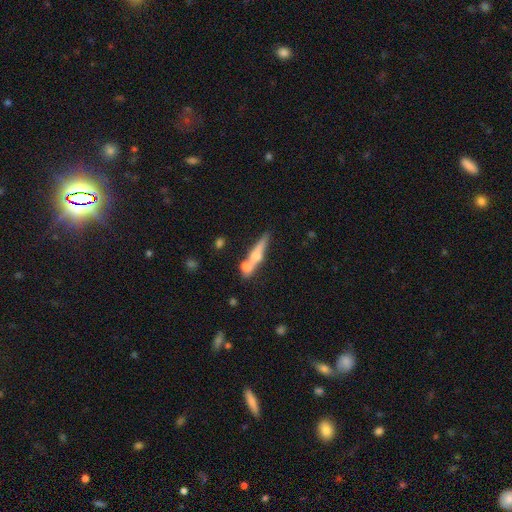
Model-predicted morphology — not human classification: type=smooth (51%); roundness=cigar-shaped (75%); merging=none (39%).